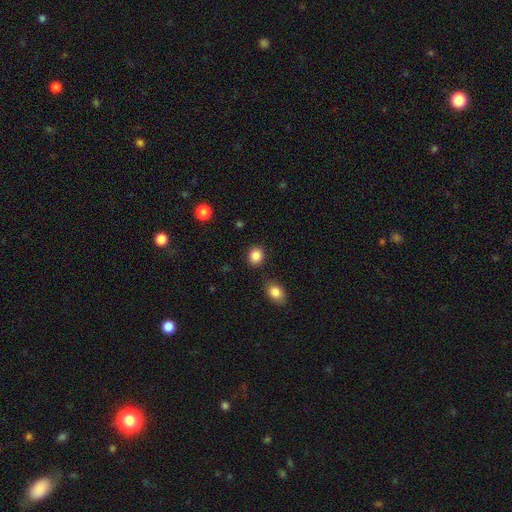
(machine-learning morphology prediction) Smooth or featured? smooth (86%)
How rounded? round (75%)
Merging? none (86%)